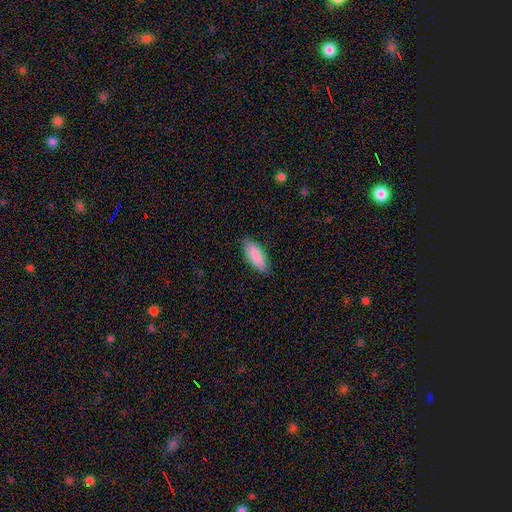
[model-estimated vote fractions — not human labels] Smooth or featured? smooth (89%)
How rounded? in between (75%)
Merging? none (86%)